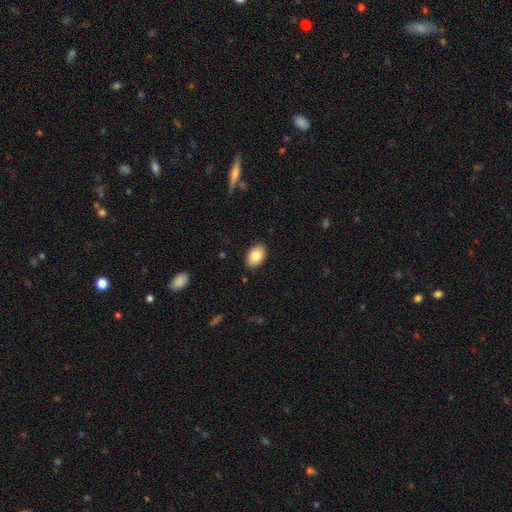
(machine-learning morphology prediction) Smooth or featured? Predicted: smooth (p=0.82). How rounded? Predicted: in between (p=0.89). Merging? Predicted: none (p=0.88).